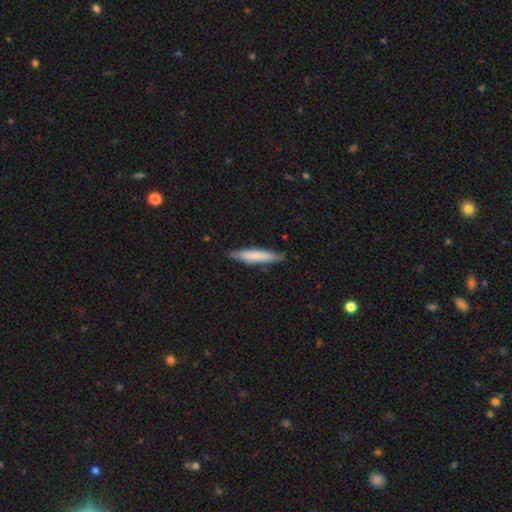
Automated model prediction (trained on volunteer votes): smooth 71%, featured or disk 24%, star or artifact 5%. Down the decision tree: how rounded — cigar-shaped (90%); merging — none (82%).